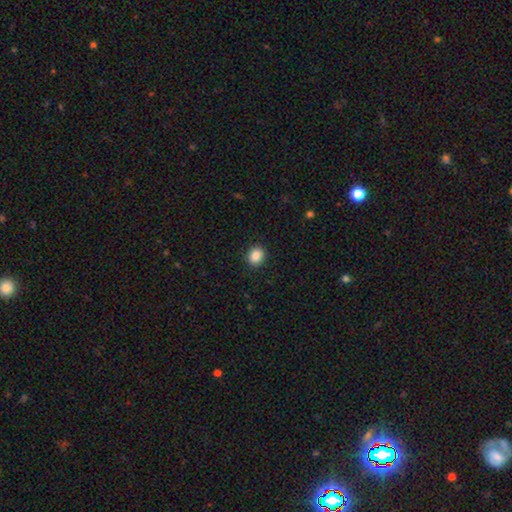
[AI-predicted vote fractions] Q: Smooth or featured?
A: smooth (87%); runner-up: star or artifact (9%)
Q: How rounded?
A: round (68%); runner-up: in between (31%)
Q: Merging?
A: none (90%); runner-up: minor disturbance (7%)